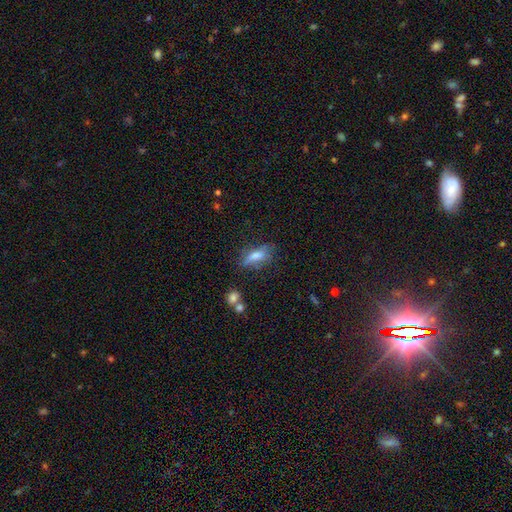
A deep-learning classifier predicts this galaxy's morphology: type=smooth (57%); roundness=in between (60%); merging=none (64%).